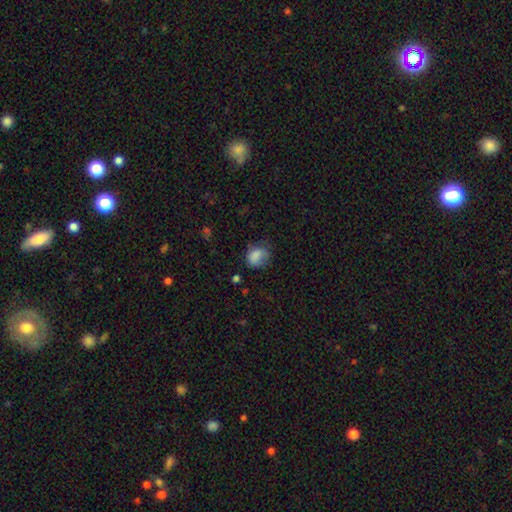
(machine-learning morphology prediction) Smooth or featured: smooth — 80% (star or artifact — 10%)
How rounded: in between — 53% (round — 46%)
Merging: none — 49% (minor disturbance — 32%)